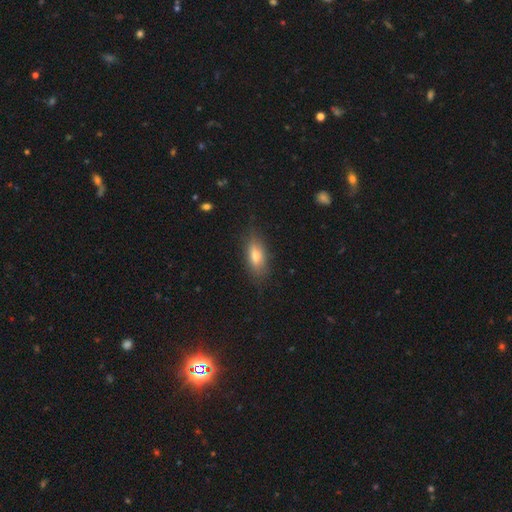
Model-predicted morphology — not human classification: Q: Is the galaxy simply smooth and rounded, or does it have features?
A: smooth — 69%.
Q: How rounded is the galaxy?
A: in between — 76%.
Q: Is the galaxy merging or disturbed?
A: none — 78%.